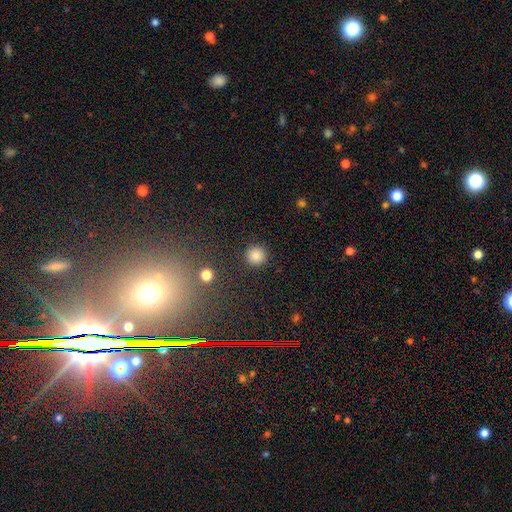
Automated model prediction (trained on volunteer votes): A smooth galaxy with no disk features (86%) that is round (95%). Merging: none (90%).